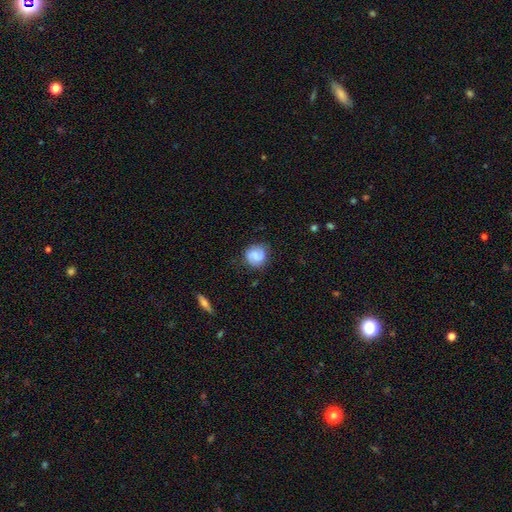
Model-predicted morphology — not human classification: Q: Smooth or featured?
A: smooth (53%); runner-up: featured or disk (39%)
Q: How rounded?
A: round (83%); runner-up: in between (16%)
Q: Merging?
A: none (76%); runner-up: minor disturbance (17%)